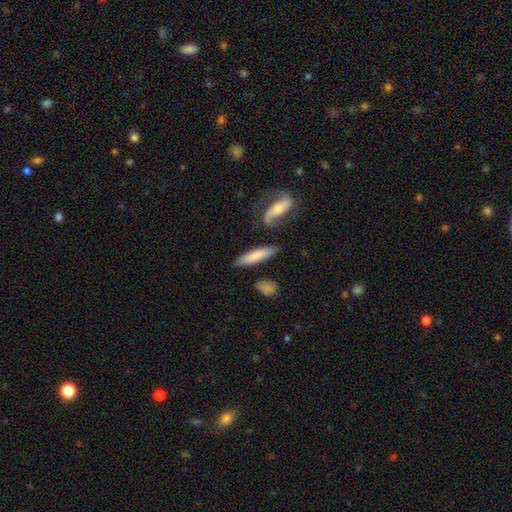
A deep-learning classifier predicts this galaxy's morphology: Smooth or featured? smooth (73%)
How rounded? cigar-shaped (74%)
Merging? none (77%)